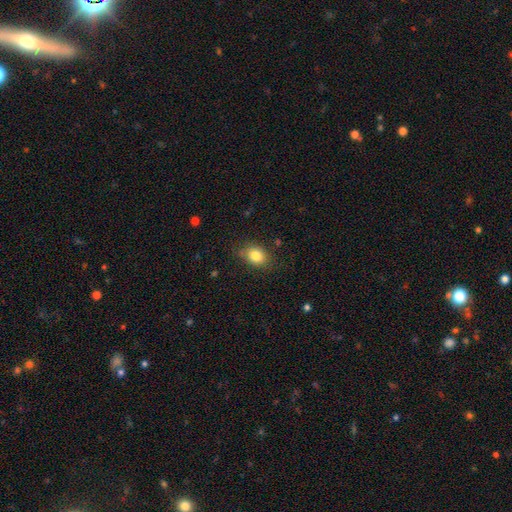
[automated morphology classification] A smooth galaxy with no disk features (83%) that is in between round and cigar-shaped (64%).

Vote fractions:
- Smooth or featured? smooth: 83% / star or artifact: 9% / featured or disk: 8%
- How rounded? in between: 64% / round: 35% / cigar-shaped: 1%
- Merging? none: 77% / minor disturbance: 18% / major disturbance: 4% / merger: 1%